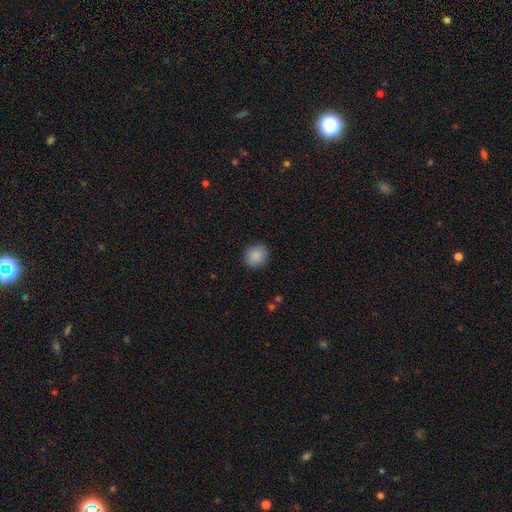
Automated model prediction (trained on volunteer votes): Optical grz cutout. It shows a smooth galaxy with no disk features (89%) that is round (89%). Merging: none (91%).